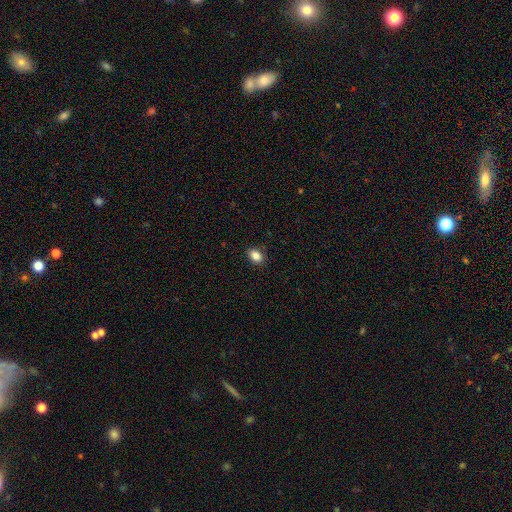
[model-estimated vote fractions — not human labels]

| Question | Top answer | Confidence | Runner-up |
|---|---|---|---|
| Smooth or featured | smooth | 87% | star or artifact (9%) |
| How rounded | in between | 81% | round (18%) |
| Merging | none | 89% | minor disturbance (8%) |